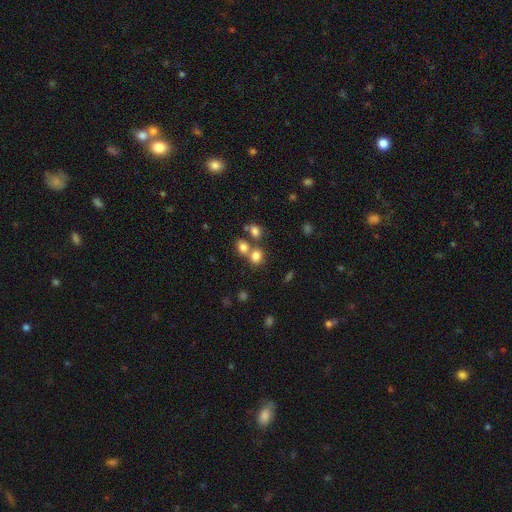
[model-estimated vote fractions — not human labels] Smooth or featured: smooth — 77% (star or artifact — 14%)
How rounded: round — 63% (in between — 36%)
Merging: none — 48% (merger — 39%)